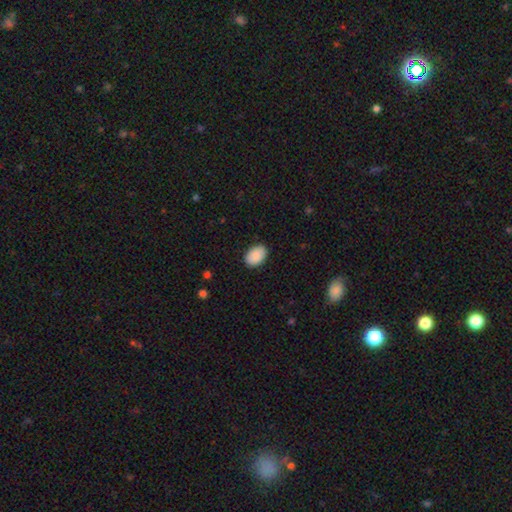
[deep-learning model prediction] Overall: smooth (89%). How rounded: in between (87%). Merging: none (88%).